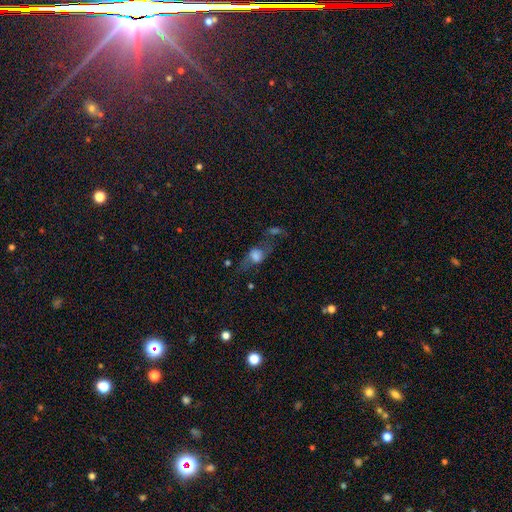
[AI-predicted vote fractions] Smooth or featured?
  - smooth: 48% *
  - featured or disk: 38%
  - star or artifact: 14%
Merging?
  - none: 40% *
  - major disturbance: 25%
  - minor disturbance: 19%
  - merger: 16%